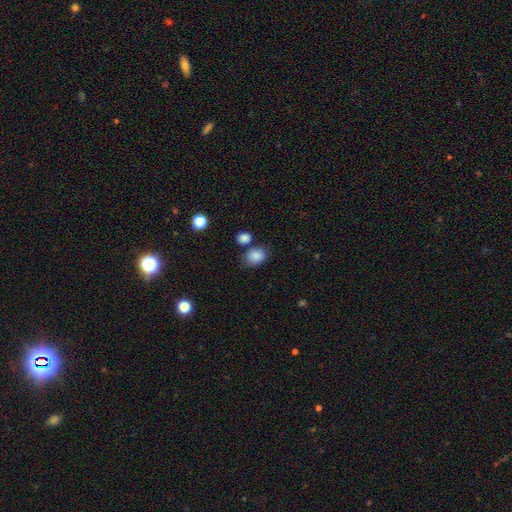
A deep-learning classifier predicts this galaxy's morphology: This appears to be a smooth galaxy with no disk features (86%) that is in between round and cigar-shaped (53%). Merging: none (64%).